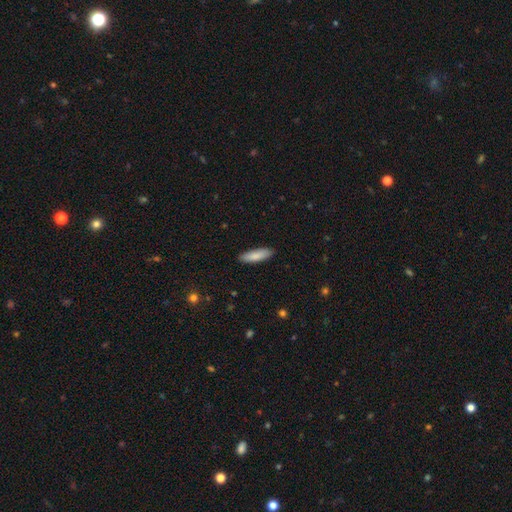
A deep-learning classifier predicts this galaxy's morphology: smooth 86%, featured or disk 9%, star or artifact 5%. Down the decision tree: how rounded — cigar-shaped (61%); merging — none (89%).